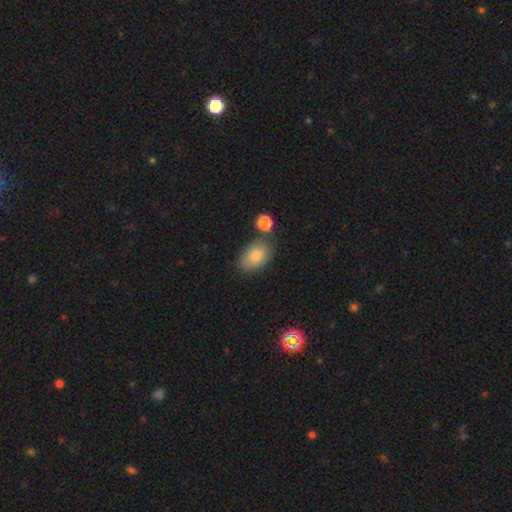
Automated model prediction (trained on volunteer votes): Overall: smooth (82%). How rounded: in between (88%). Merging: none (75%).